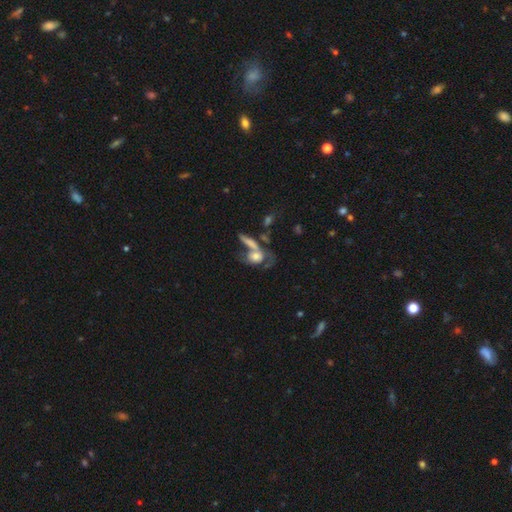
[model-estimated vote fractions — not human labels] A smooth galaxy with no disk features (48%). Merging: merger (43%).